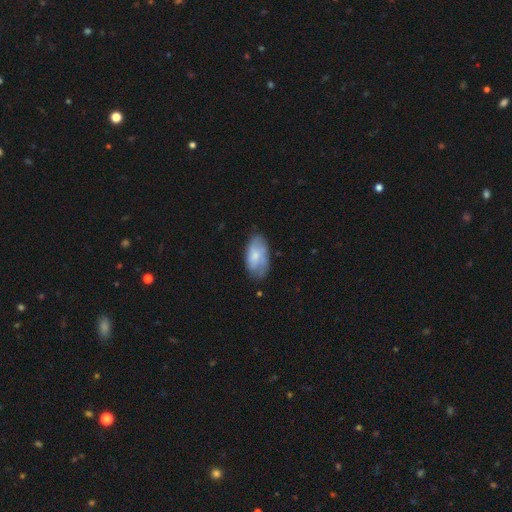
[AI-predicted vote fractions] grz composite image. It shows a smooth galaxy with no disk features (59%) that is in between round and cigar-shaped (94%). Merging: none (64%).